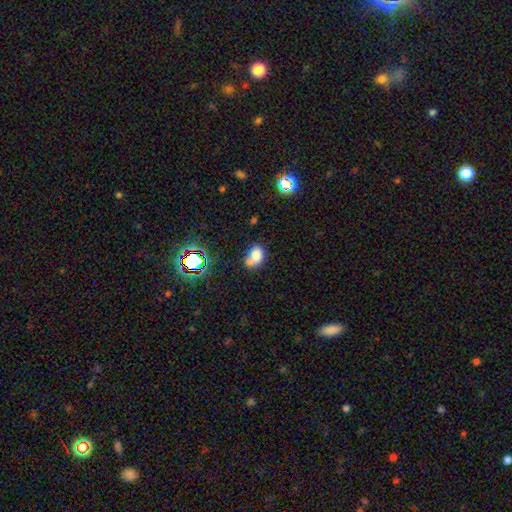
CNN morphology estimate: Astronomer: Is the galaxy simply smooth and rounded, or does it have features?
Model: smooth — 76%.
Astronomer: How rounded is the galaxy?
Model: in between — 72%.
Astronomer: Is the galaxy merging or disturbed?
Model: none — 44% (runner-up: merger, 30%).